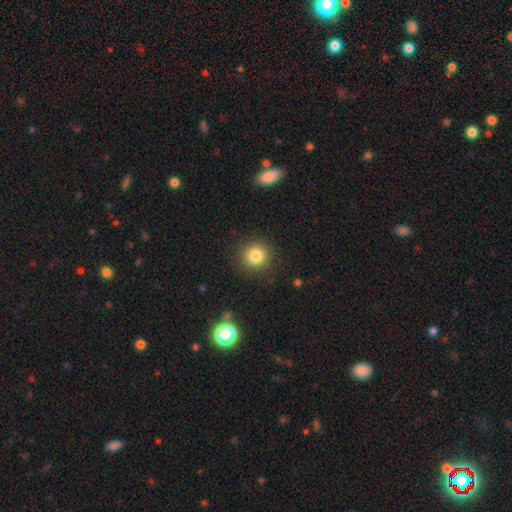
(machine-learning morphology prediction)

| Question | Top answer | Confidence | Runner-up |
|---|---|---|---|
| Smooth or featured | smooth | 83% | star or artifact (11%) |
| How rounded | round | 94% | in between (5%) |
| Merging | none | 89% | minor disturbance (7%) |